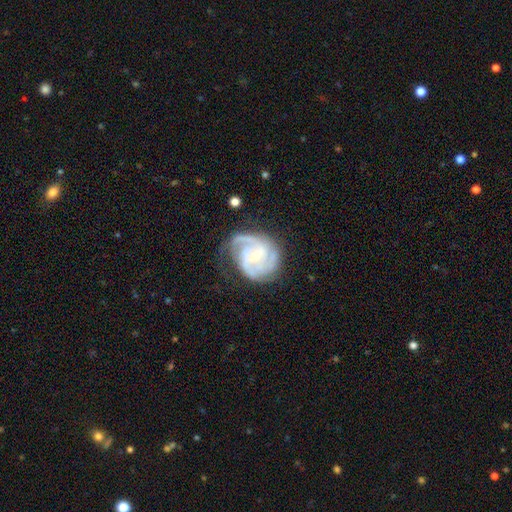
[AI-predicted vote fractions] This is clearly a featured or disk galaxy (88%). It is clearly not viewed edge-on (98%). Bar: possibly weak (50%). Spiral arm pattern: clearly yes (97%). Spiral arm count: marginally 3 (34%). Spiral winding: possibly tight (49%). Central bulge: possibly small (60%). Merging: likely none (61%).